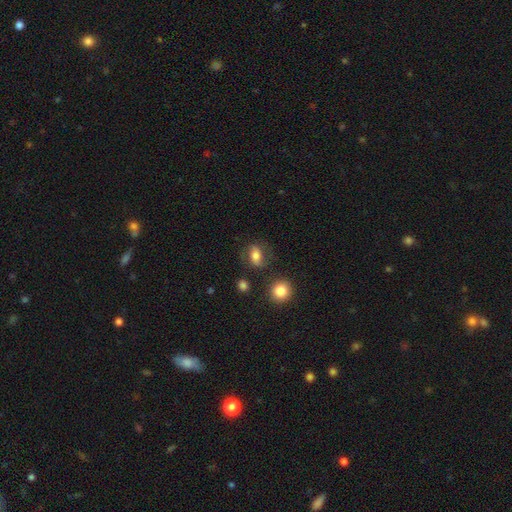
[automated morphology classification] Overall: smooth (59%; featured or disk 31%). How rounded: in between (68%; round 29%). Merging: none (68%).